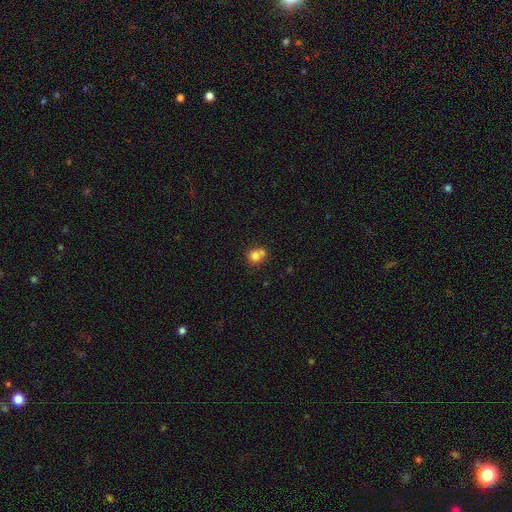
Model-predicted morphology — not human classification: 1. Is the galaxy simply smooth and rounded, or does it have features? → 77% smooth, 12% featured or disk, 11% star or artifact.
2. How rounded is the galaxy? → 81% round, 18% in between, 1% cigar-shaped.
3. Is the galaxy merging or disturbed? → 44% merger, 43% none, 9% minor disturbance, 3% major disturbance.